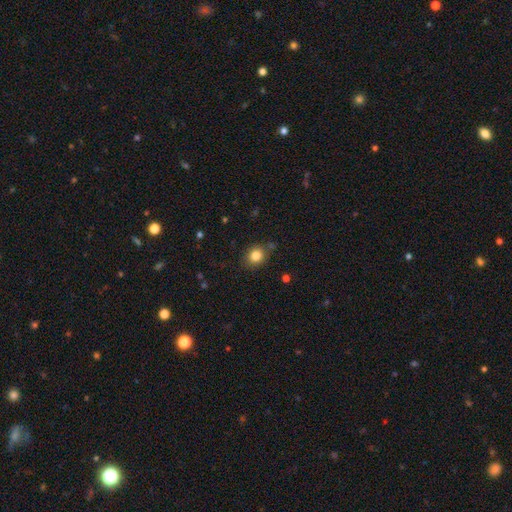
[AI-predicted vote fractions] Smooth or featured? Predicted: smooth (p=0.83). How rounded? Predicted: round (p=0.67). Merging? Predicted: none (p=0.80).